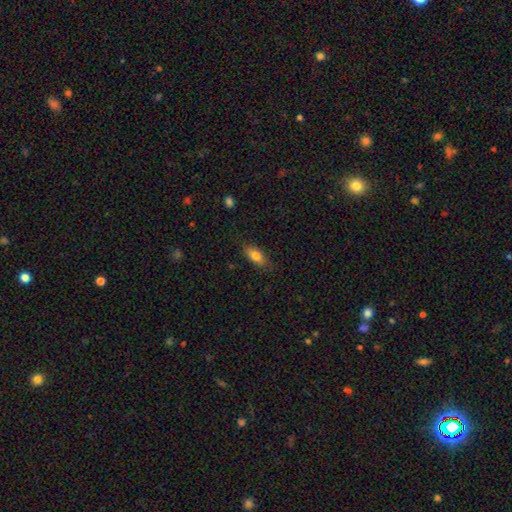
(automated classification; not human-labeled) Q: Smooth or featured?
A: smooth (78%); runner-up: featured or disk (15%)
Q: How rounded?
A: in between (81%); runner-up: cigar-shaped (15%)
Q: Merging?
A: none (80%); runner-up: minor disturbance (16%)